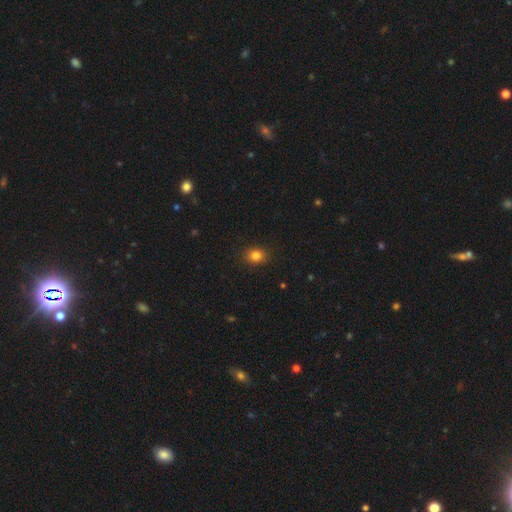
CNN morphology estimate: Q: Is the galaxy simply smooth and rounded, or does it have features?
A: smooth — 83%.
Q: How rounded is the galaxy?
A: round — 55%.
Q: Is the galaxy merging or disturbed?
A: none — 89%.